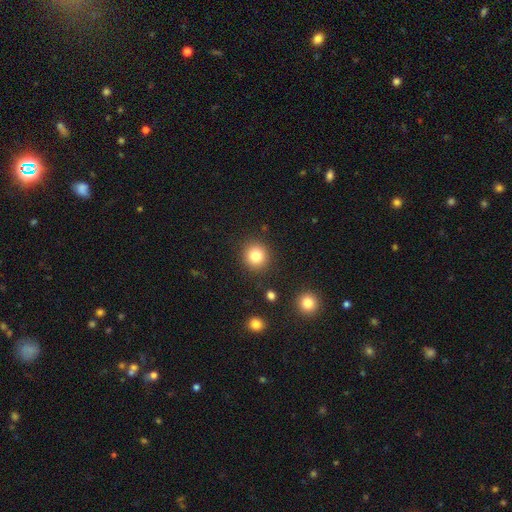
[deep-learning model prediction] Smooth or featured?
  - smooth: 82% *
  - star or artifact: 11%
  - featured or disk: 7%
How rounded?
  - round: 91% *
  - in between: 9%
  - cigar-shaped: 1%
Merging?
  - none: 89% *
  - minor disturbance: 6%
  - major disturbance: 2%
  - merger: 2%